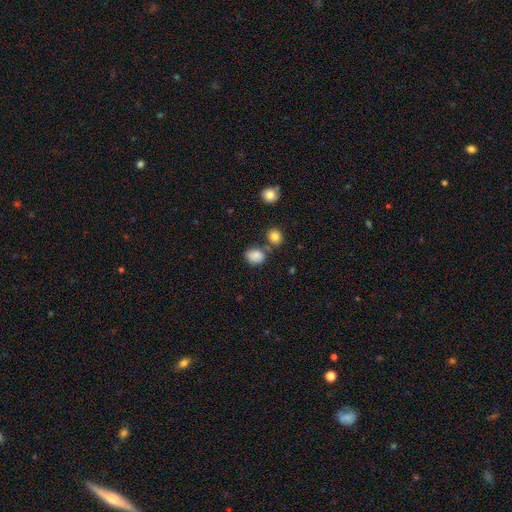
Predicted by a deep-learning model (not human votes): smooth_or_featured: smooth (p=0.84) [alt: star or artifact p=0.10]
how_rounded: in between (p=0.52) [alt: round p=0.47]
merging: none (p=0.63) [alt: merger p=0.16]